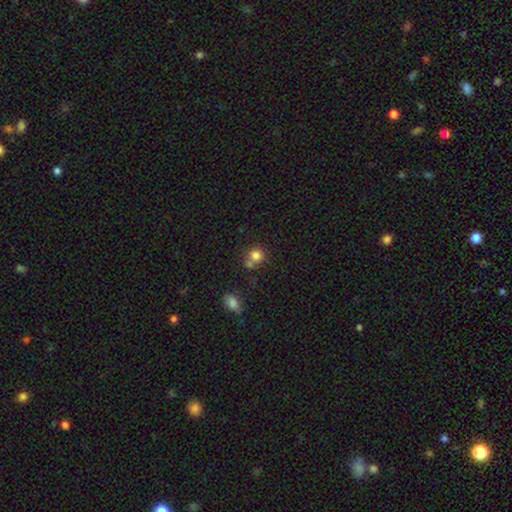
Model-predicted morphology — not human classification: The model was most divided on "merging": none: 55%, merger: 29%, minor disturbance: 11%, major disturbance: 4%. More confident: how rounded — round (85%); smooth or featured — smooth (81%).